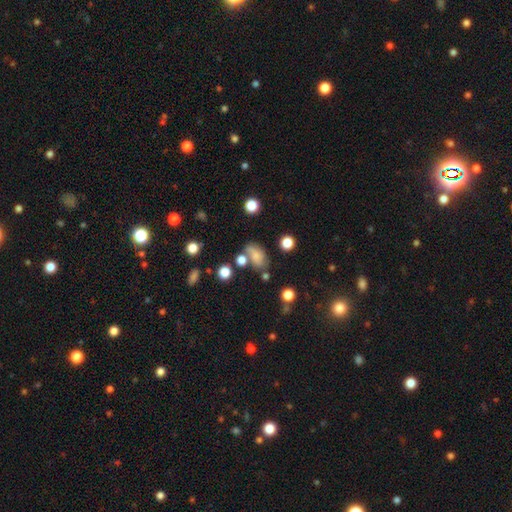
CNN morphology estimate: Overall: smooth (66%). How rounded: in between (81%). Merging: none (46%; minor disturbance 24%).